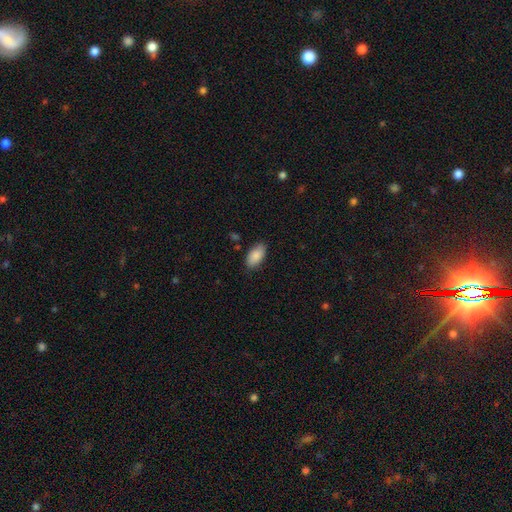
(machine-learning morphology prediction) Overall: smooth (88%). How rounded: in between (94%). Merging: none (84%).